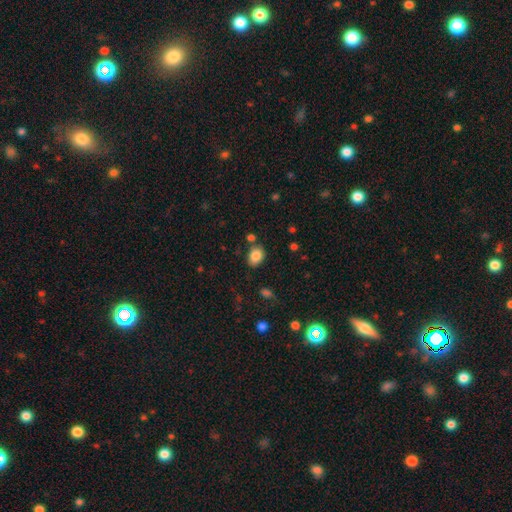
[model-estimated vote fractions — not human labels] Smooth or featured? Predicted: smooth (p=0.85). How rounded? Predicted: in between (p=0.71). Merging? Predicted: none (p=0.76).